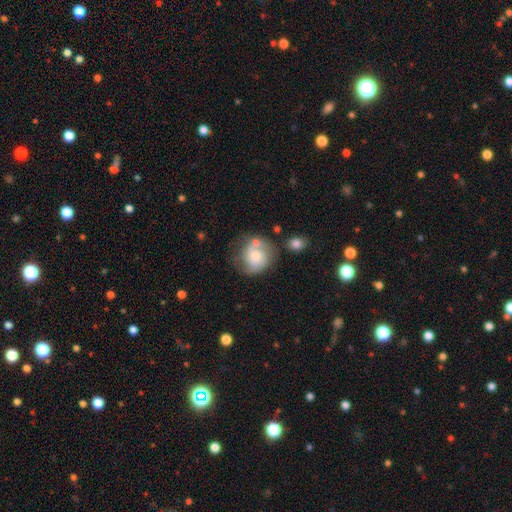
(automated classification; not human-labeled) smooth-or-featured: featured or disk: 47% | smooth: 45% | star or artifact: 8%
  merging: none: 51% | minor disturbance: 21% | merger: 18% | major disturbance: 10%